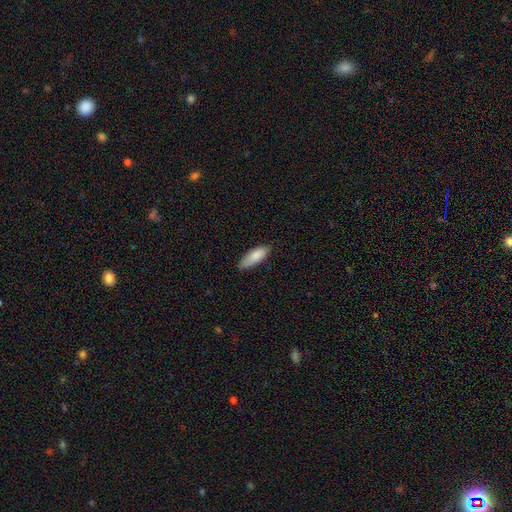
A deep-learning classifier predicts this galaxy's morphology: type=smooth (84%); roundness=in between (65%); merging=none (75%).